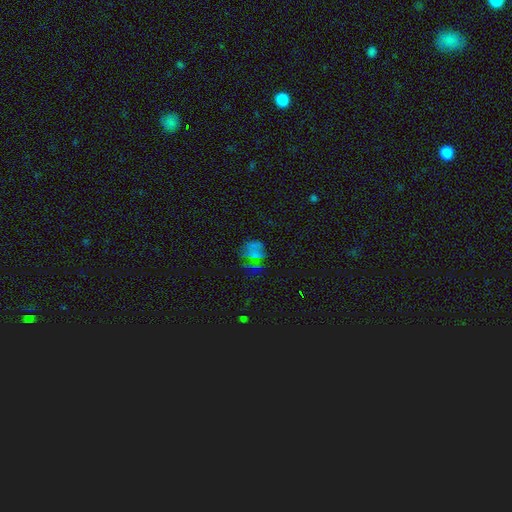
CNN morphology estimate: smooth-or-featured: star or artifact: 49% | smooth: 29% | featured or disk: 22%